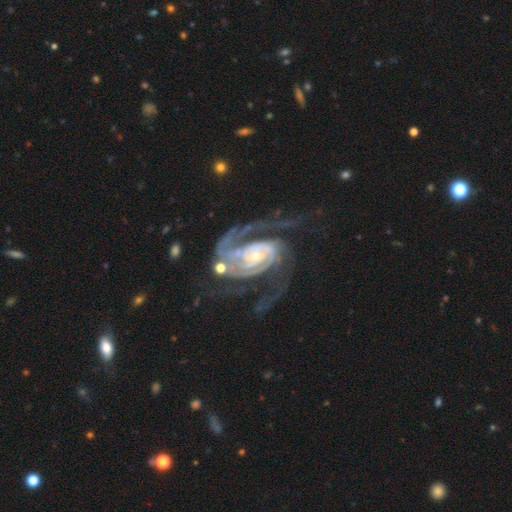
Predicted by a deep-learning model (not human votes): Morphology: type=featured or disk (93%); edge-on=no (98%); bar=no (59%); spiral arms=yes (98%); winding=tight (50%); arm count=2 (51%); bulge=small (66%); merging=none (51%).